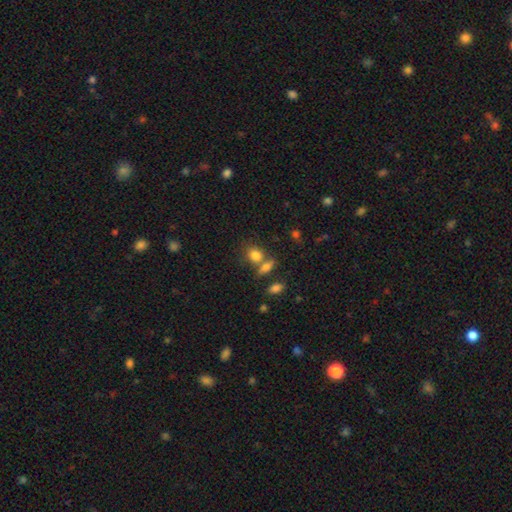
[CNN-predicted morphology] This appears to be a smooth galaxy with no disk features (81%) that is round (52%). Merging: none (51%).